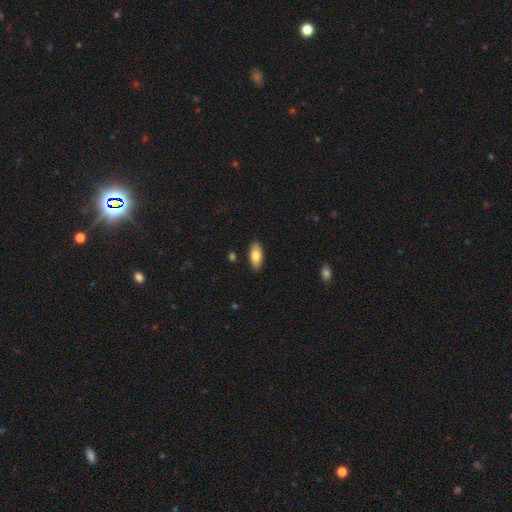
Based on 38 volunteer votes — A smooth galaxy with no disk features (87%) that is in between round and cigar-shaped (97%).

Vote fractions:
- Smooth or featured? smooth: 87% / featured or disk: 11% / star or artifact: 3%
- How rounded? in between: 97% / round: 3% / cigar-shaped: 0%
- Merging? none: 89% / minor disturbance: 8% / major disturbance: 3% / merger: 0%